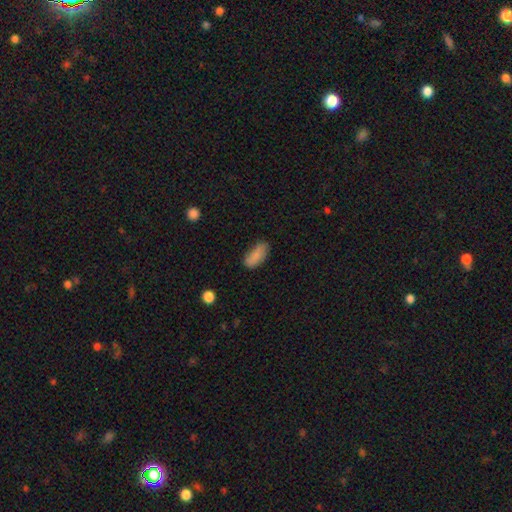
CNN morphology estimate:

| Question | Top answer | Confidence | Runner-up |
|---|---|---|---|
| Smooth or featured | smooth | 85% | featured or disk (8%) |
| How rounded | in between | 88% | cigar-shaped (9%) |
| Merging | none | 69% | minor disturbance (23%) |